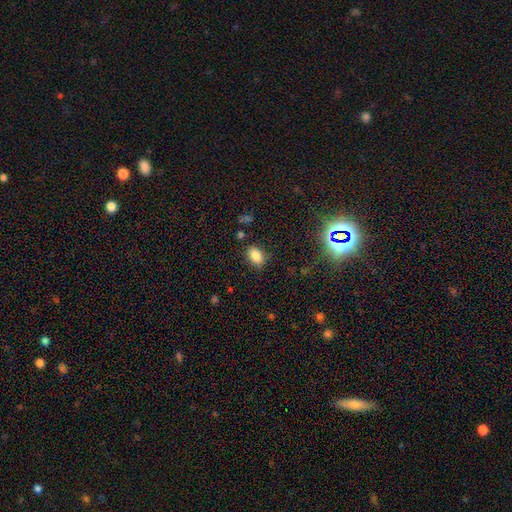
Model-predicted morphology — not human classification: type=smooth (83%); roundness=in between (82%); merging=none (82%).